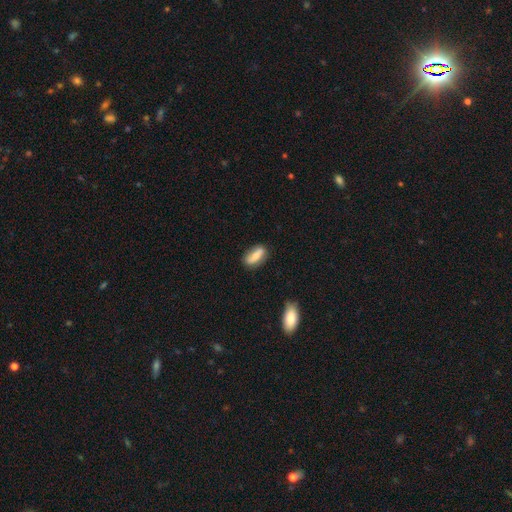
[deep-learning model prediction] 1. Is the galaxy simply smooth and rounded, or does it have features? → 72% smooth, 21% featured or disk, 7% star or artifact.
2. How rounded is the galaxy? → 78% in between, 18% cigar-shaped, 4% round.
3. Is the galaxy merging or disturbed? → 76% none, 17% minor disturbance, 4% merger, 4% major disturbance.